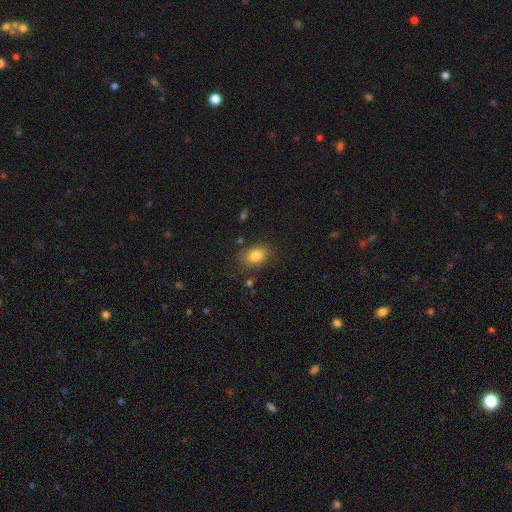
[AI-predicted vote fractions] The model was most divided on "how rounded": in between: 74%, round: 25%, cigar-shaped: 1%. More confident: smooth or featured — smooth (82%); merging — none (77%).